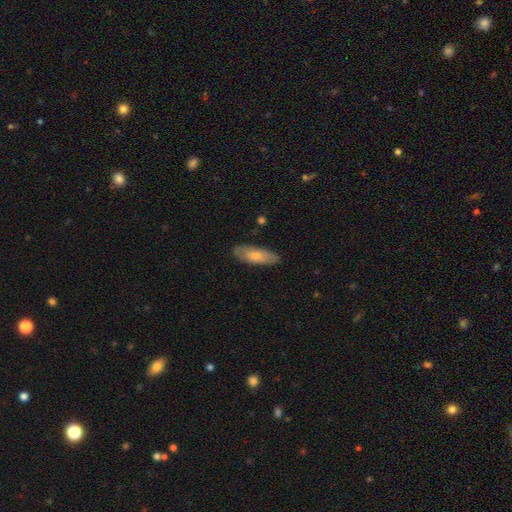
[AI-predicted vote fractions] Smooth or featured? Predicted: smooth (p=0.59). How rounded? Predicted: in between (p=0.53). Merging? Predicted: none (p=0.85).